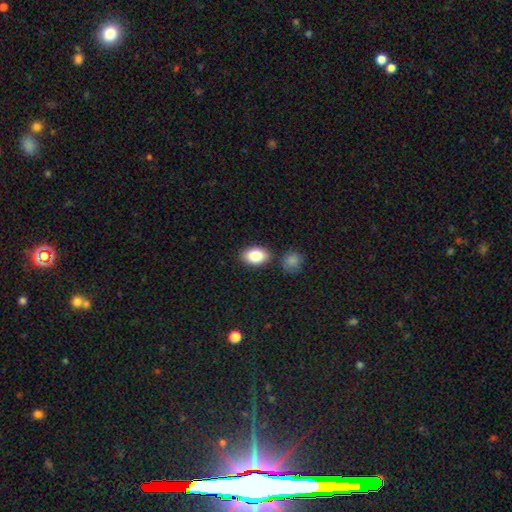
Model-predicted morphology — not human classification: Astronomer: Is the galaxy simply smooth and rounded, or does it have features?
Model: smooth — 85%.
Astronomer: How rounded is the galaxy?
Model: in between — 85%.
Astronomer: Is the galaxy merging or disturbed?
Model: none — 81%.